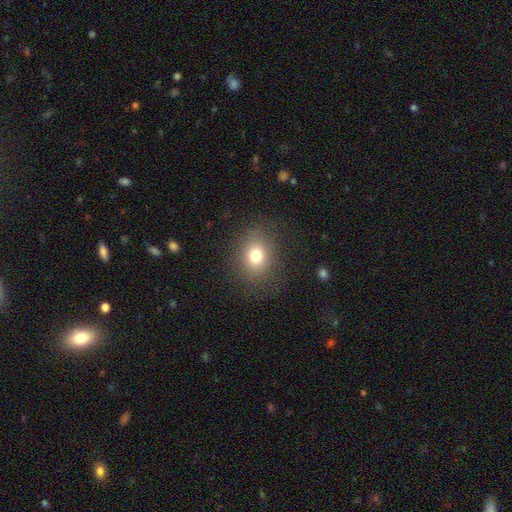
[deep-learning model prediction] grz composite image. It shows a smooth galaxy with no disk features (77%) that is in between round and cigar-shaped (51%). Merging: none (84%).